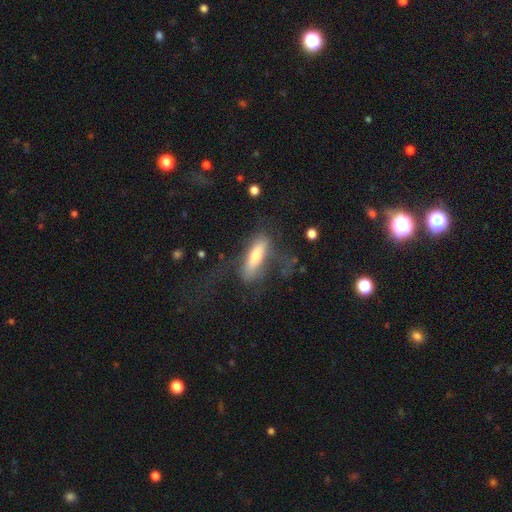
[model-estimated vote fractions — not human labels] Q: Smooth or featured?
A: smooth (56%); runner-up: featured or disk (37%)
Q: How rounded?
A: cigar-shaped (57%); runner-up: in between (41%)
Q: Merging?
A: none (45%); runner-up: major disturbance (34%)